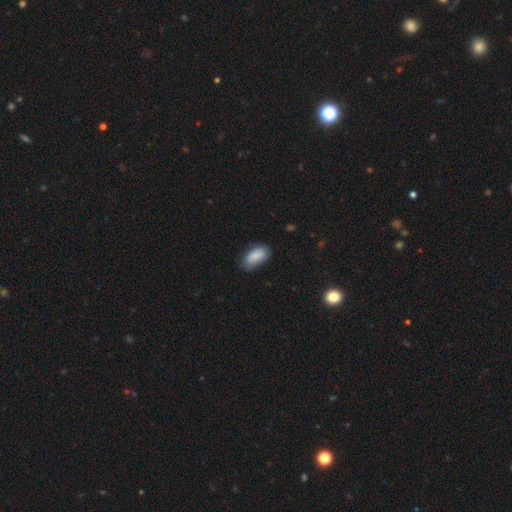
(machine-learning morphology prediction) A smooth galaxy with no disk features (86%) that is in between round and cigar-shaped (93%).

Vote fractions:
- Smooth or featured? smooth: 86% / featured or disk: 8% / star or artifact: 6%
- How rounded? in between: 93% / round: 4% / cigar-shaped: 3%
- Merging? none: 70% / minor disturbance: 25% / major disturbance: 4% / merger: 1%